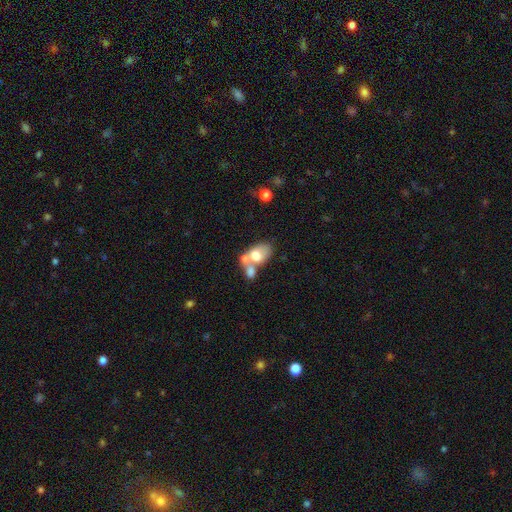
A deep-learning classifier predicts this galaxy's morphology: Overall: smooth (63%; featured or disk 28%). How rounded: in between (80%). Merging: merger (62%).